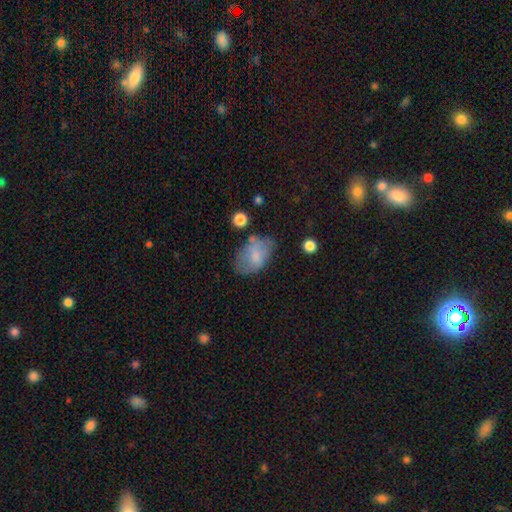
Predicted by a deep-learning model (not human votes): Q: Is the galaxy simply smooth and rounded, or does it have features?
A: smooth — 70%.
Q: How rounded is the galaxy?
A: in between — 89%.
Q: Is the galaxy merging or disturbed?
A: none — 51%.